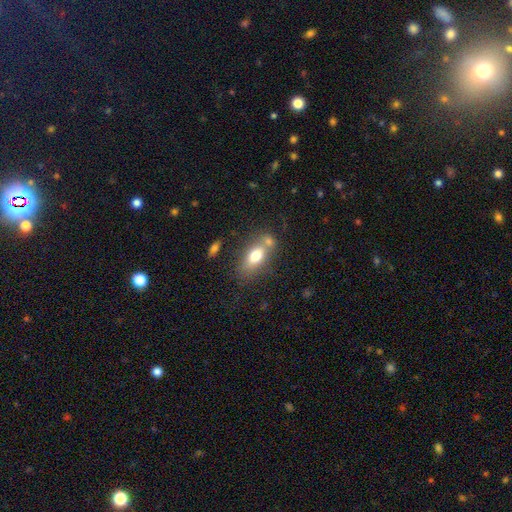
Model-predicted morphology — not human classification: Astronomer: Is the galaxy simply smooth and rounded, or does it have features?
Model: smooth — 72%.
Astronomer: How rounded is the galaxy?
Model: in between — 81%.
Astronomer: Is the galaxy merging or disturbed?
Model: none — 52% (runner-up: merger, 28%).